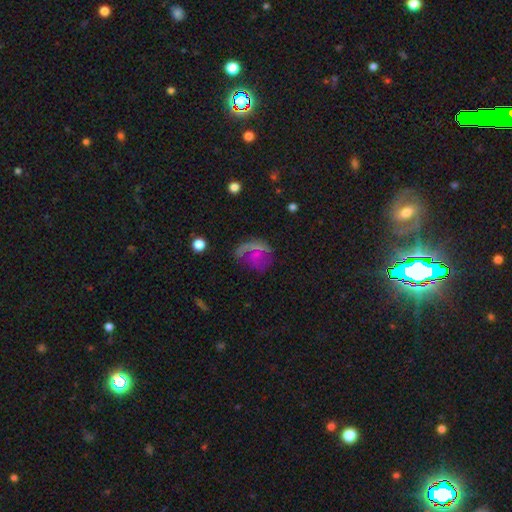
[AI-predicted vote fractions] Smooth or featured: featured or disk — 46% (smooth — 37%)
Merging: none — 45% (major disturbance — 30%)